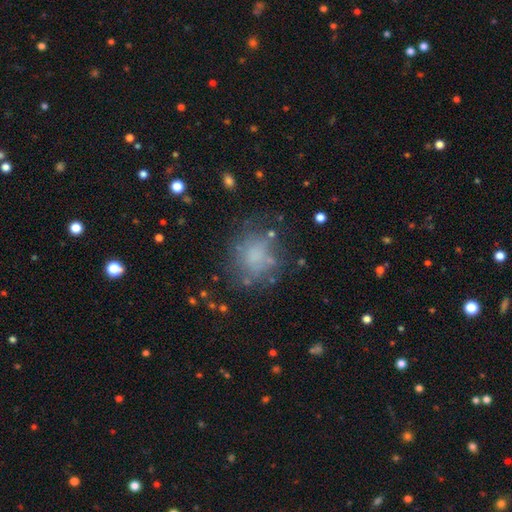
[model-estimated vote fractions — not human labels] A smooth galaxy with no disk features (61%) that is round (62%). Merging: none (60%).